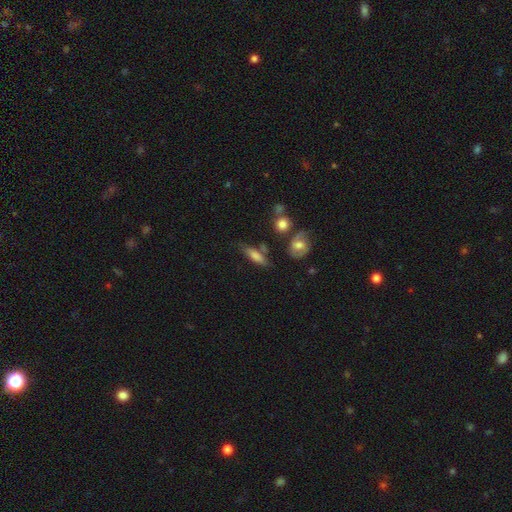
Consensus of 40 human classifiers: Morphology: type=smooth (62%); roundness=in between (48%, tied with cigar-shaped); merging=none (57%).